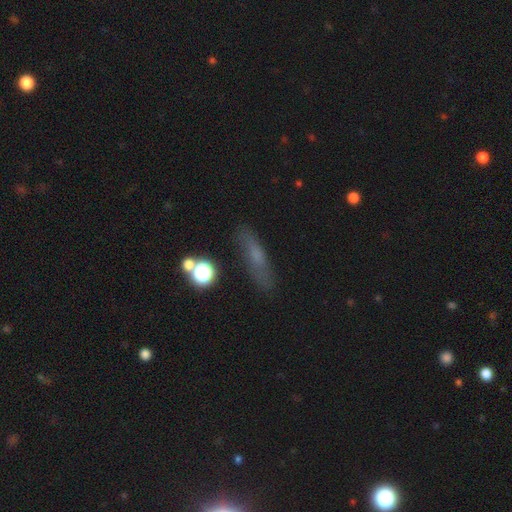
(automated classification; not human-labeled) A smooth galaxy with no disk features (56%) that is cigar-shaped (71%). Merging: none (78%).